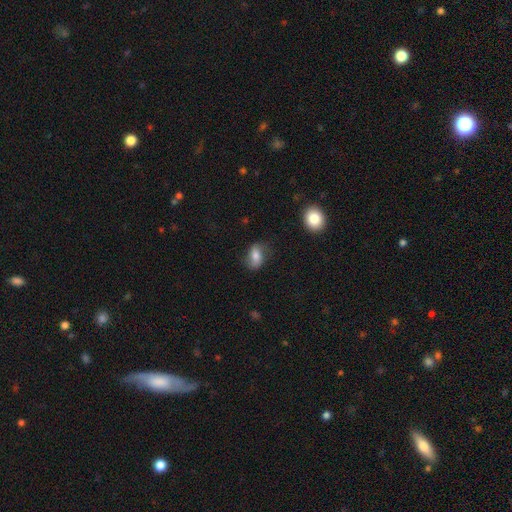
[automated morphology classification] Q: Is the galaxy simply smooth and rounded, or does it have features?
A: smooth — 69%.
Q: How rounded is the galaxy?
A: in between — 83%.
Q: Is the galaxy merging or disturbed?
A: none — 67%.